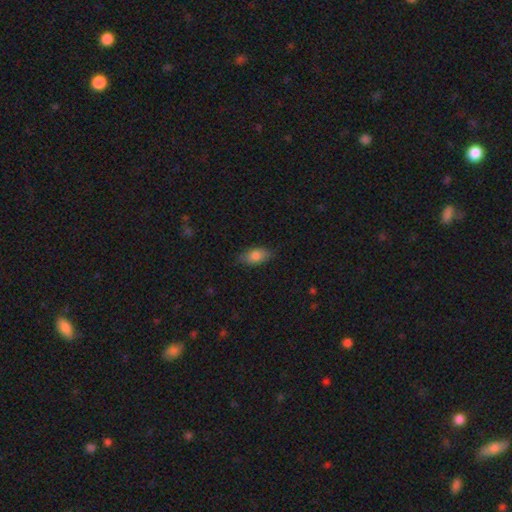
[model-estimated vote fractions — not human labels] Smooth or featured?
  - smooth: 82% *
  - featured or disk: 10%
  - star or artifact: 8%
How rounded?
  - in between: 90% *
  - cigar-shaped: 5%
  - round: 5%
Merging?
  - none: 79% *
  - minor disturbance: 16%
  - major disturbance: 3%
  - merger: 1%